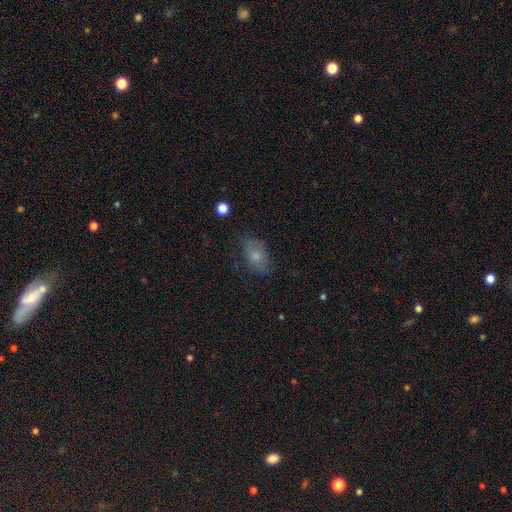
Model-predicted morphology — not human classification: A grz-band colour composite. It shows a smooth galaxy with no disk features (63%) that is in between round and cigar-shaped (84%). Merging: none (59%).